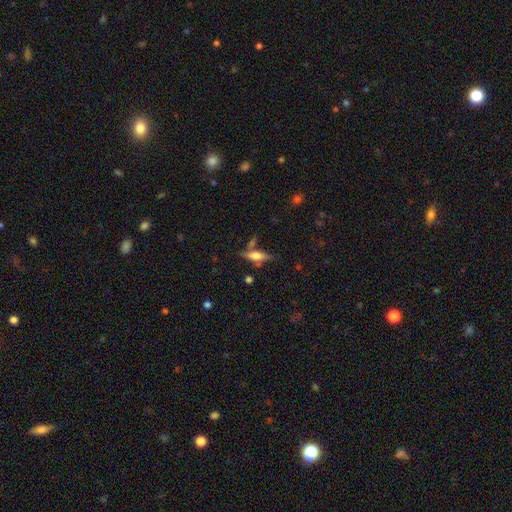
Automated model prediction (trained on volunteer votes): Smooth or featured? Predicted: featured or disk (p=0.57). Edge-on disk? Predicted: yes (p=0.92). Edge-on bulge? Predicted: rounded (p=0.87). Merging? Predicted: none (p=0.65).